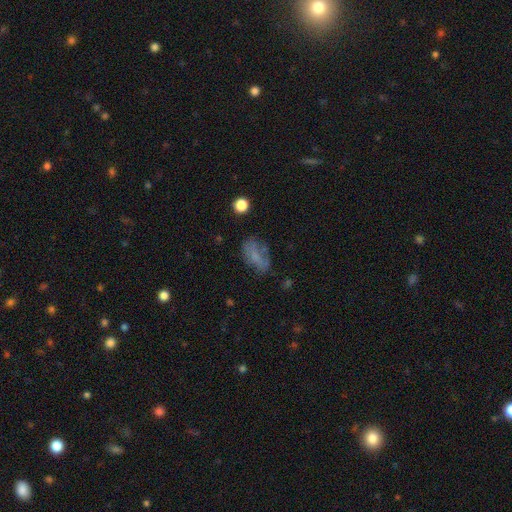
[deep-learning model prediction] Smooth or featured? smooth (59%)
How rounded? in between (85%)
Merging? none (55%)